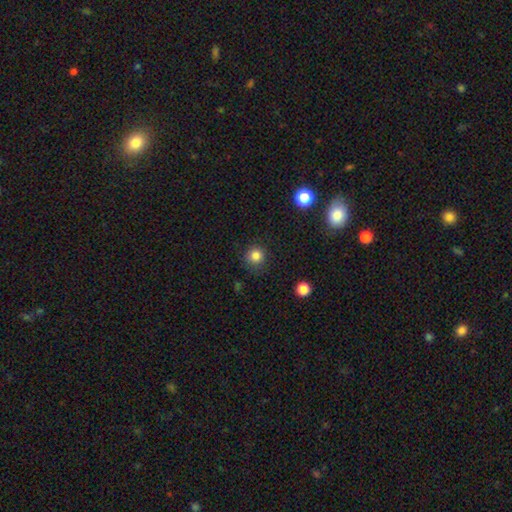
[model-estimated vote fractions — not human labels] Overall: smooth (83%). How rounded: round (93%). Merging: none (86%).